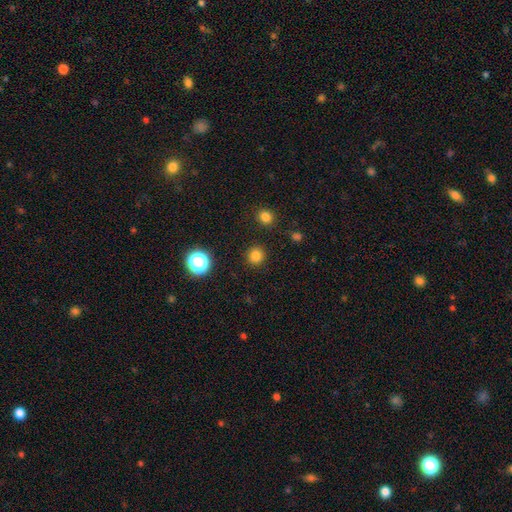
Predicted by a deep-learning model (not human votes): A smooth galaxy with no disk features (81%) that is round (93%).

Vote fractions:
- Smooth or featured? smooth: 81% / star or artifact: 15% / featured or disk: 4%
- How rounded? round: 93% / in between: 6% / cigar-shaped: 1%
- Merging? none: 91% / minor disturbance: 5% / major disturbance: 2% / merger: 2%